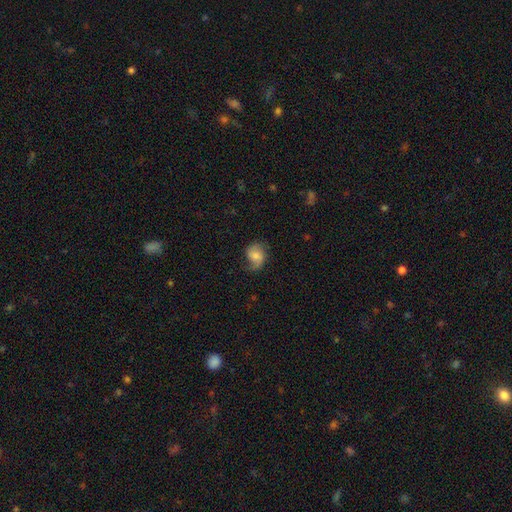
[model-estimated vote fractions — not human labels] Smooth or featured? Predicted: featured or disk (p=0.51). Edge-on disk? Predicted: no (p=0.97). Merging? Predicted: none (p=0.59).